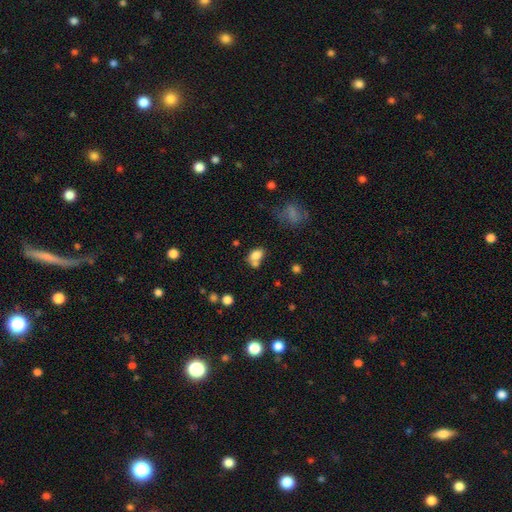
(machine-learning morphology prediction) smooth 77%, featured or disk 12%, star or artifact 11%. Down the decision tree: how rounded — in between (76%); merging — merger (44%).